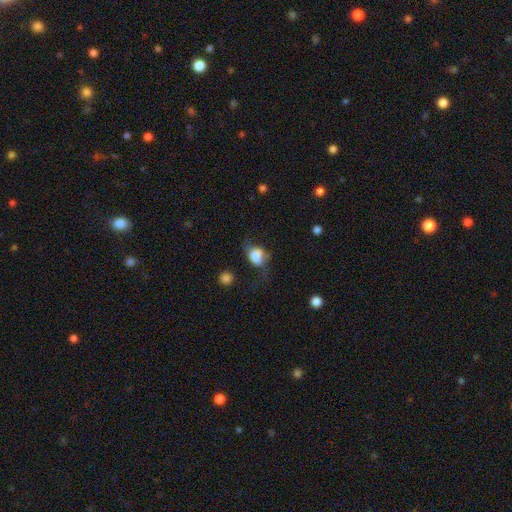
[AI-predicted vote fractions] Smooth or featured?
  - smooth: 68% *
  - featured or disk: 23%
  - star or artifact: 9%
How rounded?
  - in between: 56% *
  - round: 42%
  - cigar-shaped: 2%
Merging?
  - none: 36% *
  - major disturbance: 29%
  - minor disturbance: 28%
  - merger: 7%